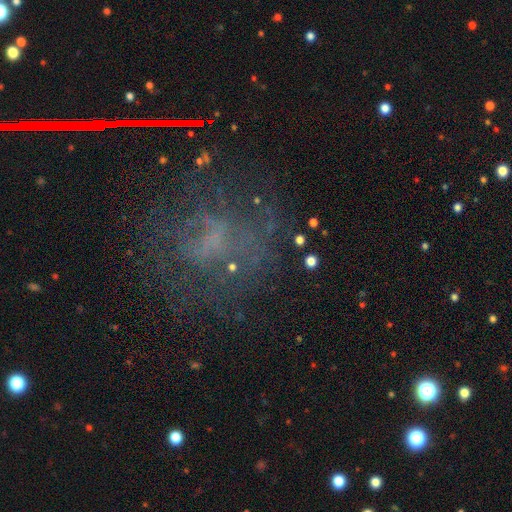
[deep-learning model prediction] smooth-or-featured: featured or disk: 45% | star or artifact: 32% | smooth: 23%
  merging: none: 62% | major disturbance: 19% | minor disturbance: 16% | merger: 3%